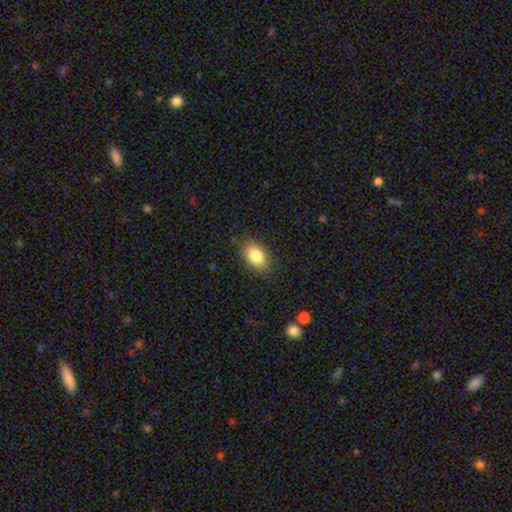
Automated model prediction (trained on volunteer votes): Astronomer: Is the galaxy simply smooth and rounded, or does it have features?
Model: smooth — 85%.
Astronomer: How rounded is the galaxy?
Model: in between — 87%.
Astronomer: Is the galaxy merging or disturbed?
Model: none — 83%.